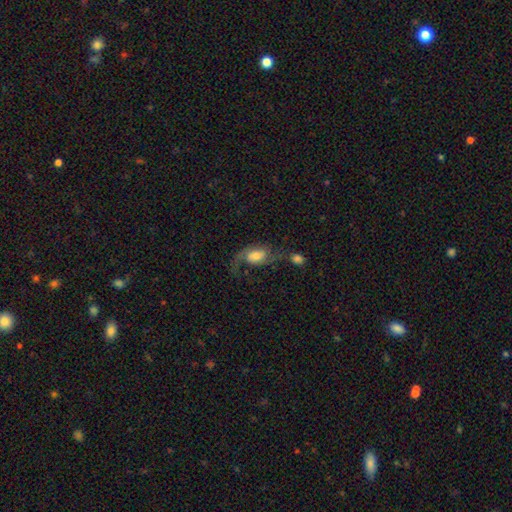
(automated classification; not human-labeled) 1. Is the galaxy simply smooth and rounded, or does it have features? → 63% featured or disk, 29% smooth, 8% star or artifact.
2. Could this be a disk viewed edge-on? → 96% no, 4% yes.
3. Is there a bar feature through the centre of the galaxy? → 52% no, 39% weak, 9% strong.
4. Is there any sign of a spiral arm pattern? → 89% yes, 11% no.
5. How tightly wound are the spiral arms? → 63% loose, 29% medium, 8% tight.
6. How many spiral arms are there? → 68% 2, 24% 1, 5% can't tell, 1% 3, 1% 4, 1% more than 4.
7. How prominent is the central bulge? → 46% moderate, 28% large, 17% small, 5% none, 4% dominant.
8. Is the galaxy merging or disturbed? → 34% none, 31% major disturbance, 18% minor disturbance, 17% merger.